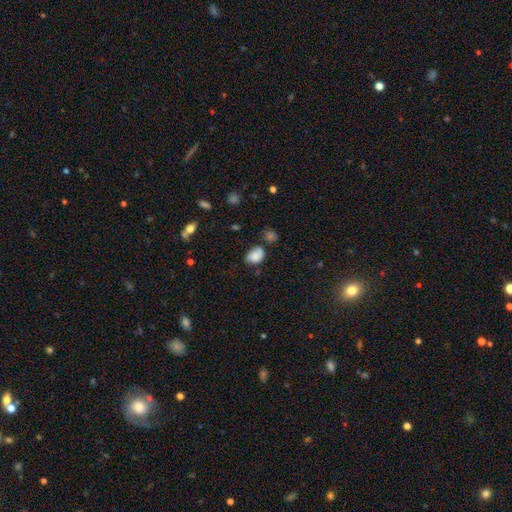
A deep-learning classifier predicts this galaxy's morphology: Smooth or featured? smooth (80%)
How rounded? in between (71%)
Merging? none (52%)